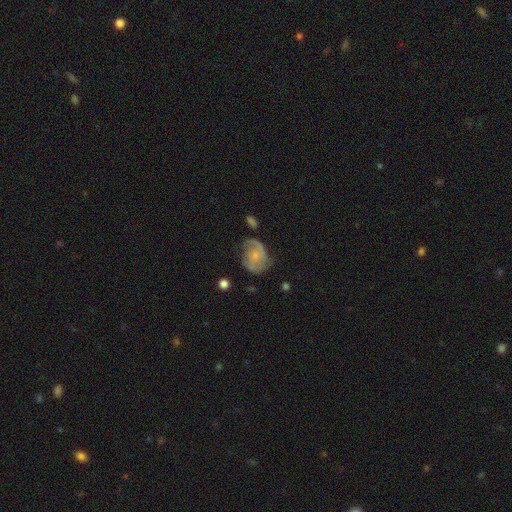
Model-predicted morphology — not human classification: Overall: featured or disk (72%). Edge-on disk: no (98%). Bar: no (72%). Spiral arms: yes (90%). Spiral arm count: 2 (64%). Spiral winding: medium (45%; loose 28%). Bulge size: small (70%). Merging: none (51%; minor disturbance 27%).